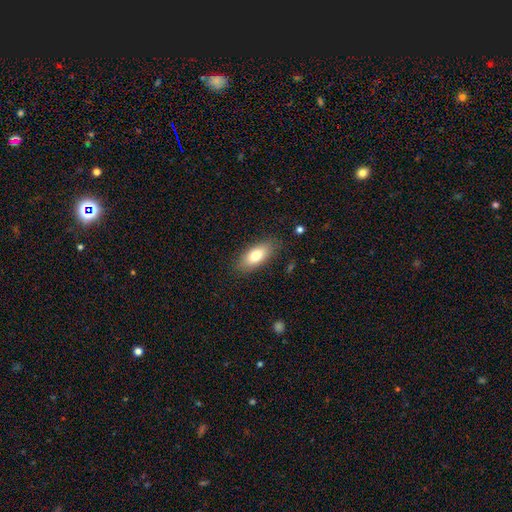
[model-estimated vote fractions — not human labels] Smooth or featured? smooth (77%)
How rounded? in between (84%)
Merging? none (84%)